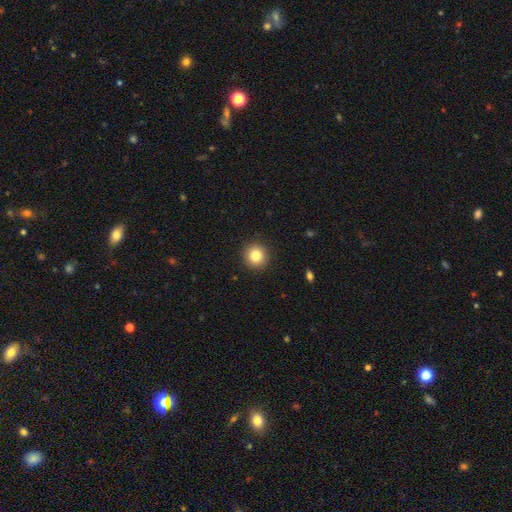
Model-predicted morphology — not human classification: A smooth galaxy with no disk features (83%) that is round (94%). Merging: none (92%).